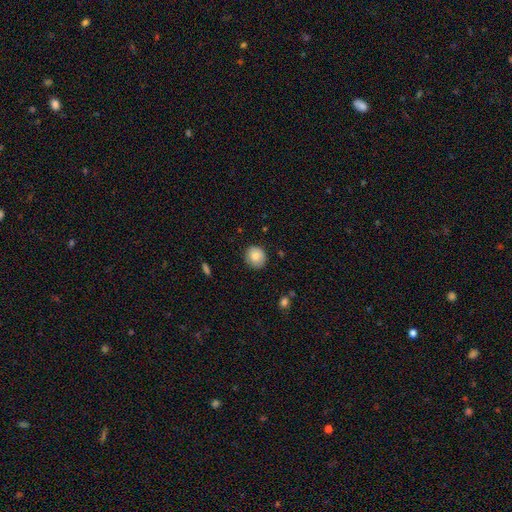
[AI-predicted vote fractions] smooth_or_featured: smooth (p=0.86) [alt: star or artifact p=0.08]
how_rounded: round (p=0.82) [alt: in between p=0.18]
merging: none (p=0.85) [alt: minor disturbance p=0.11]